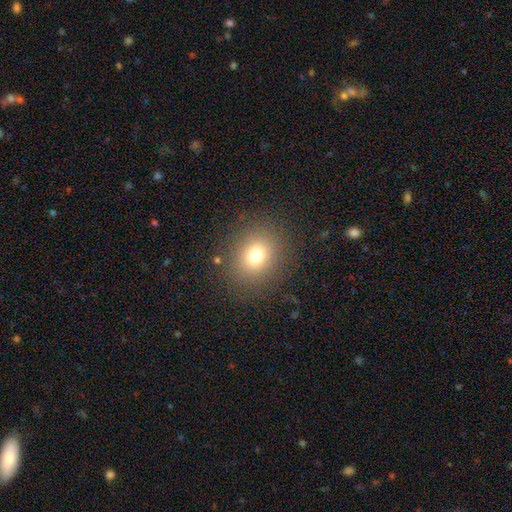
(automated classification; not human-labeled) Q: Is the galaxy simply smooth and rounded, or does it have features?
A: smooth — 73%.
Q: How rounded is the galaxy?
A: round — 70%.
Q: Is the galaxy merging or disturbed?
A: none — 86%.